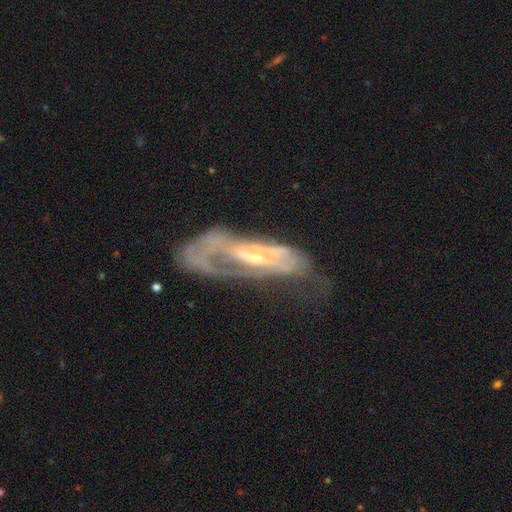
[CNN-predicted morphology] The model was most divided on "bulge size": small: 51%, moderate: 39%, none: 5%, large: 3%, dominant: 1%. Remaining: edge-on disk — no (80%); smooth or featured — featured or disk (74%); spiral arms — yes (61%); bar — no (59%); merging — major disturbance (44%).